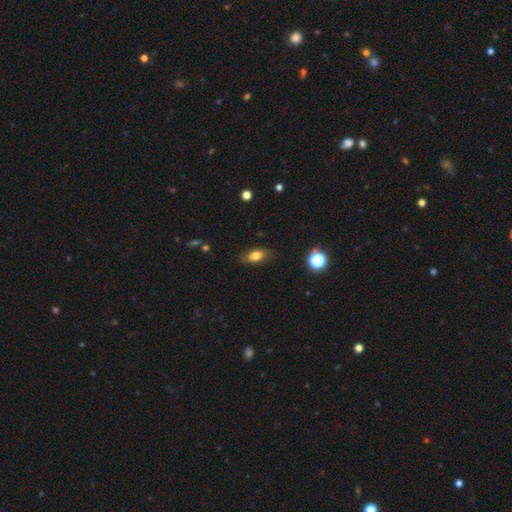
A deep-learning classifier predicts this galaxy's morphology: smooth_or_featured: smooth (p=0.77) [alt: featured or disk p=0.13]
how_rounded: in between (p=0.85) [alt: round p=0.09]
merging: none (p=0.82) [alt: minor disturbance p=0.13]